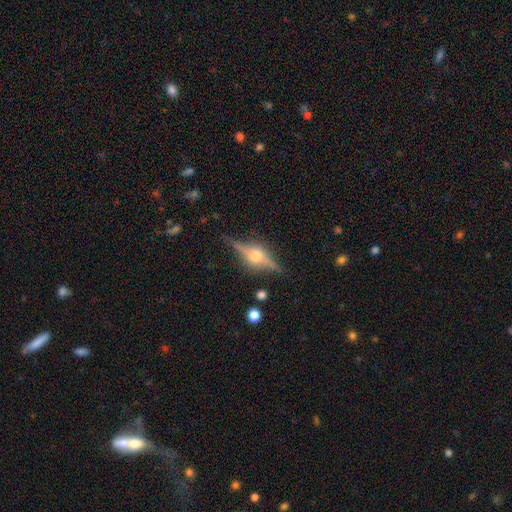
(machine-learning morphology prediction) The model was most divided on "smooth or featured": featured or disk: 81%, smooth: 11%, star or artifact: 7%. More confident: edge-on disk — yes (96%); edge-on bulge — rounded (93%); merging — none (84%).